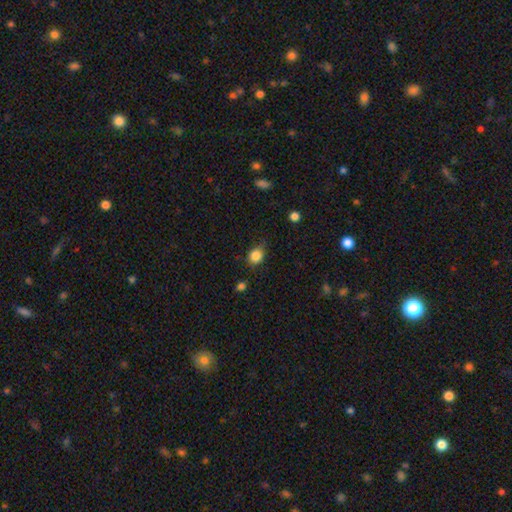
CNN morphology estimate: The model was most divided on "how rounded": round: 61%, in between: 38%, cigar-shaped: 1%. More confident: smooth or featured — smooth (85%); merging — none (72%).